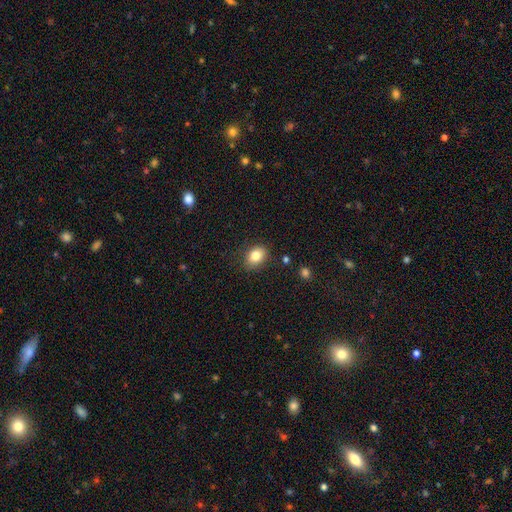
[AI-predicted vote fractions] Smooth or featured?
  - smooth: 81% *
  - star or artifact: 10%
  - featured or disk: 9%
How rounded?
  - in between: 65% *
  - round: 34%
  - cigar-shaped: 1%
Merging?
  - none: 83% *
  - minor disturbance: 12%
  - major disturbance: 3%
  - merger: 2%